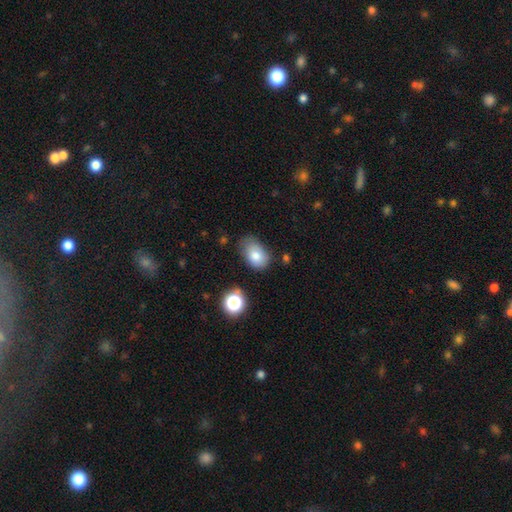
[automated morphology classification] Smooth or featured?
  - smooth: 80% *
  - featured or disk: 10%
  - star or artifact: 10%
How rounded?
  - in between: 83% *
  - round: 16%
  - cigar-shaped: 1%
Merging?
  - none: 58% *
  - minor disturbance: 31%
  - major disturbance: 8%
  - merger: 3%